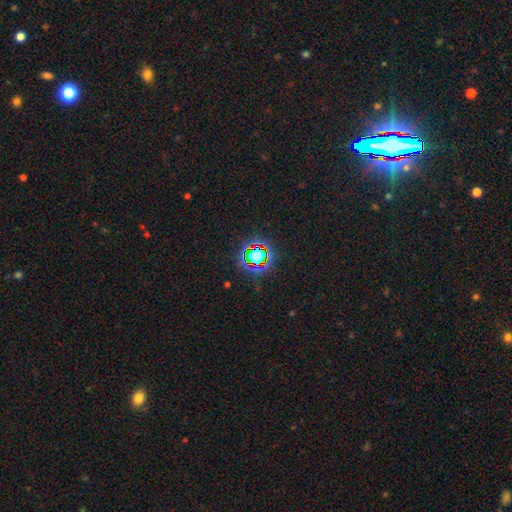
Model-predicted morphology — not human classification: smooth_or_featured: star or artifact (p=0.65) [alt: smooth p=0.23]